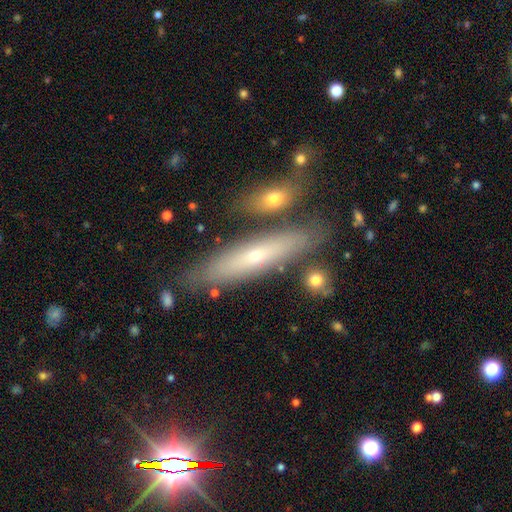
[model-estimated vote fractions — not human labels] A featured or disk galaxy (50%). Merging: none (80%).